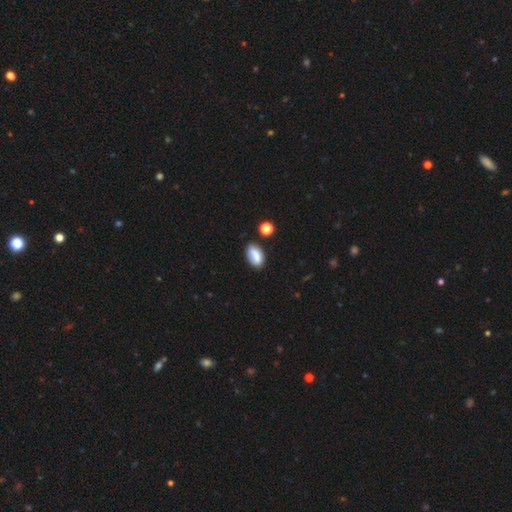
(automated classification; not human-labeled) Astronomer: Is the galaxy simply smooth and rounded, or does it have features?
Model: smooth — 76%.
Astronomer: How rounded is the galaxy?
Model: in between — 90%.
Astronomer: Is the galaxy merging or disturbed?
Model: none — 72%.